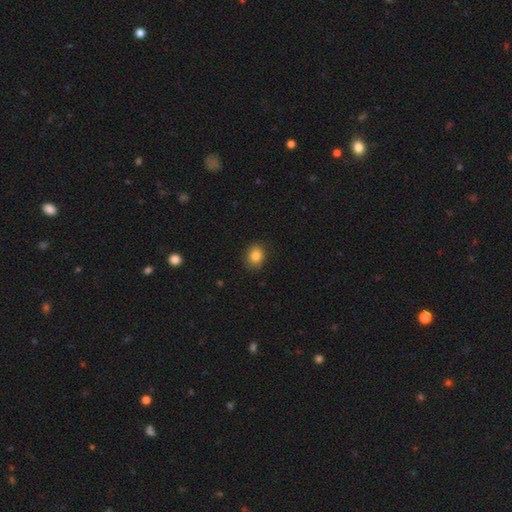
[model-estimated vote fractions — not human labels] smooth_or_featured: smooth (p=0.84) [alt: star or artifact p=0.10]
how_rounded: round (p=0.59) [alt: in between p=0.40]
merging: none (p=0.86) [alt: minor disturbance p=0.10]